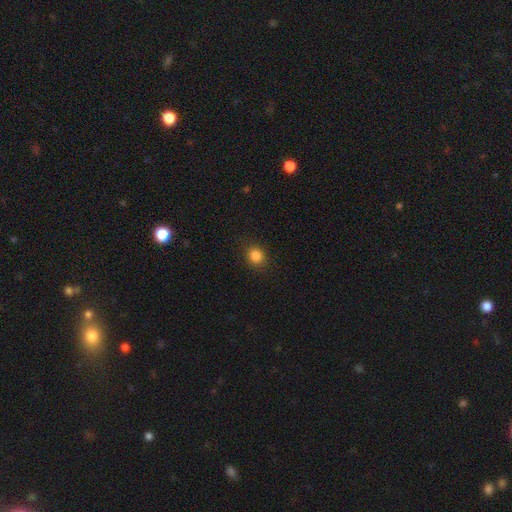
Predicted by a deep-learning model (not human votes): Smooth or featured: smooth — 84% (star or artifact — 12%)
How rounded: round — 80% (in between — 19%)
Merging: none — 89% (minor disturbance — 8%)